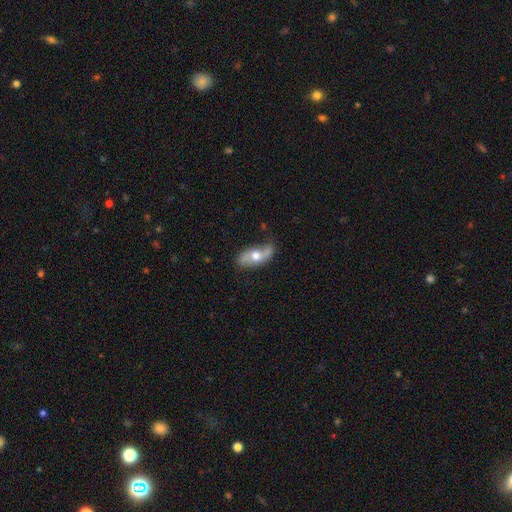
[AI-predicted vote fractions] A featured or disk galaxy (51%).

Vote fractions:
- Smooth or featured? featured or disk: 51% / smooth: 43% / star or artifact: 6%
- Edge-on disk? no: 81% / yes: 19%
- Merging? none: 61% / minor disturbance: 28% / major disturbance: 8% / merger: 3%